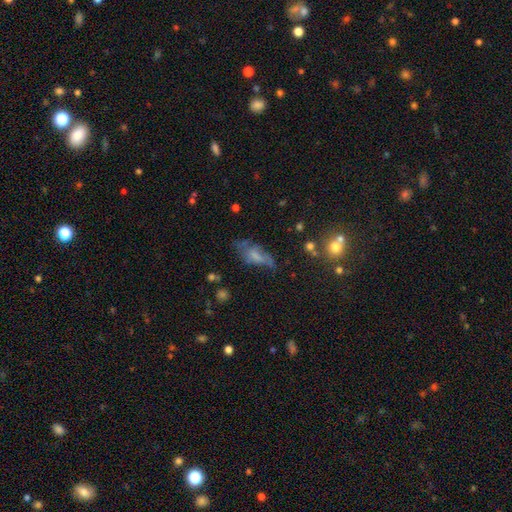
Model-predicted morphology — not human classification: Overall: smooth (47%; featured or disk 39%). Merging: none (37%; minor disturbance 29%).